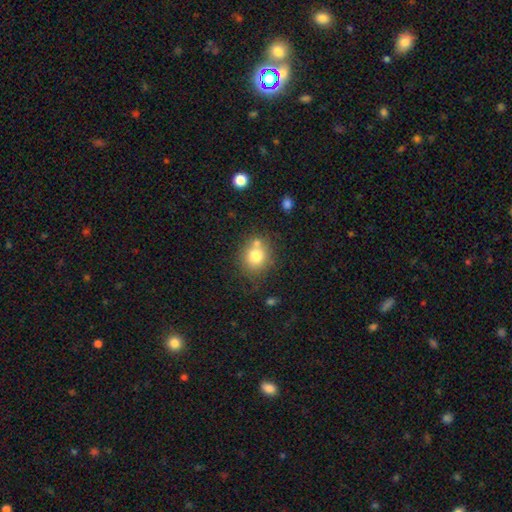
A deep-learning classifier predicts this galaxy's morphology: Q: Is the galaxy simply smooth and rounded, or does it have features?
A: smooth — 77%.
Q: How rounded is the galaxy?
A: round — 78%.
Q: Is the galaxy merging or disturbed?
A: none — 63%.